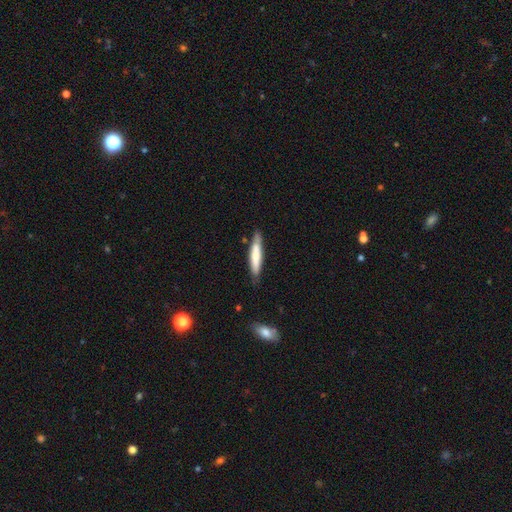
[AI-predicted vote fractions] smooth 63%, featured or disk 32%, star or artifact 5%. Down the decision tree: how rounded — cigar-shaped (87%); merging — none (78%).